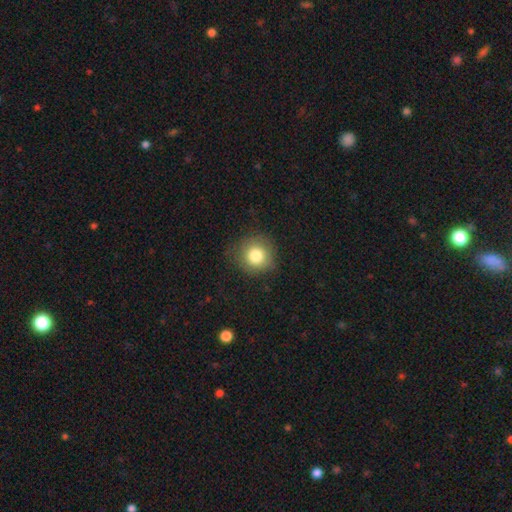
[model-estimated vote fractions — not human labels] A smooth galaxy with no disk features (81%) that is round (91%).

Vote fractions:
- Smooth or featured? smooth: 81% / star or artifact: 10% / featured or disk: 9%
- How rounded? round: 91% / in between: 8% / cigar-shaped: 1%
- Merging? none: 82% / minor disturbance: 13% / major disturbance: 4% / merger: 1%